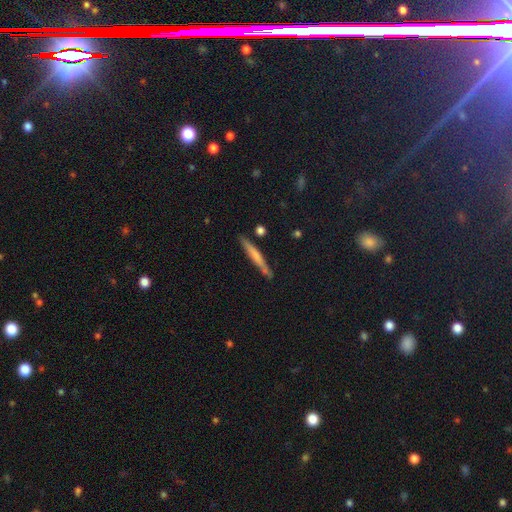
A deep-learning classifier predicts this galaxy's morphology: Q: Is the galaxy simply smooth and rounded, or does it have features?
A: smooth — 54%.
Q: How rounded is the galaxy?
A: cigar-shaped — 95%.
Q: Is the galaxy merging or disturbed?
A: none — 83%.